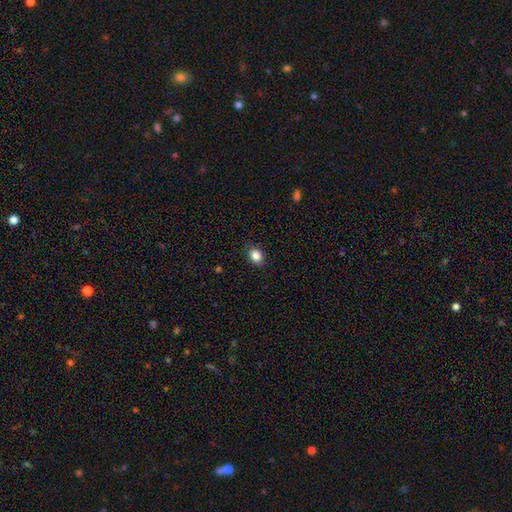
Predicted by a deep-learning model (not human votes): Smooth or featured?
  - smooth: 86% *
  - star or artifact: 10%
  - featured or disk: 4%
How rounded?
  - round: 56% *
  - in between: 43%
  - cigar-shaped: 1%
Merging?
  - none: 87% *
  - minor disturbance: 10%
  - major disturbance: 2%
  - merger: 1%